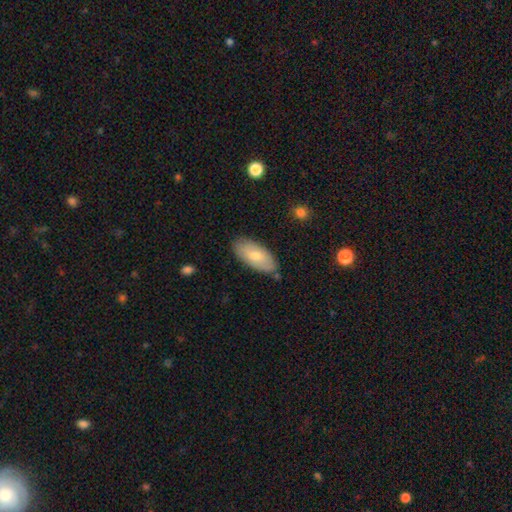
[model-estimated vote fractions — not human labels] Q: Smooth or featured?
A: smooth (73%); runner-up: featured or disk (22%)
Q: How rounded?
A: in between (91%); runner-up: cigar-shaped (7%)
Q: Merging?
A: none (82%); runner-up: minor disturbance (13%)